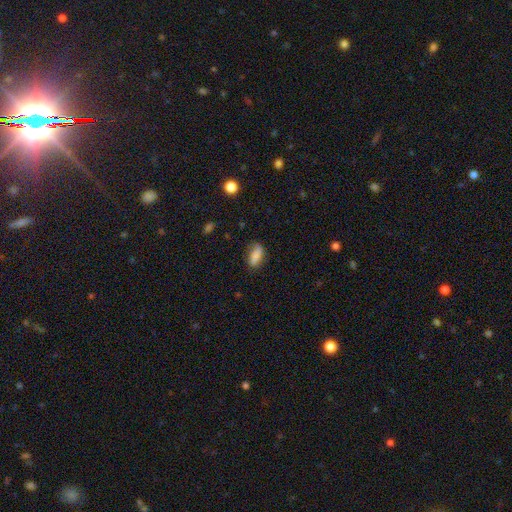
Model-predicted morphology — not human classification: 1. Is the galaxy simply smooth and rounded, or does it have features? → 82% smooth, 10% featured or disk, 8% star or artifact.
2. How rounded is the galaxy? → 80% in between, 16% cigar-shaped, 4% round.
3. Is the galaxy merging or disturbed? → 71% none, 21% minor disturbance, 6% major disturbance, 2% merger.